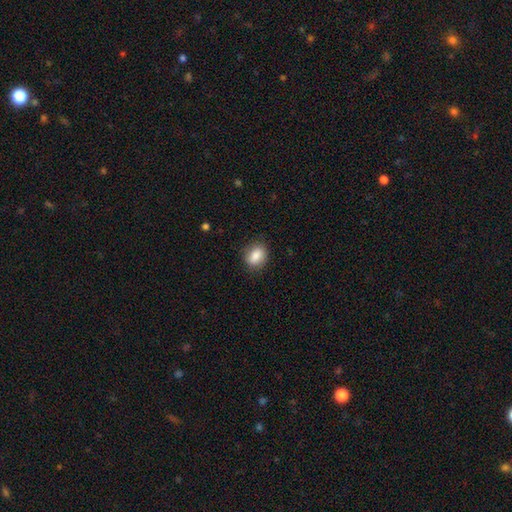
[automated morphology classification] type=smooth (86%); roundness=in between (62%); merging=none (81%).